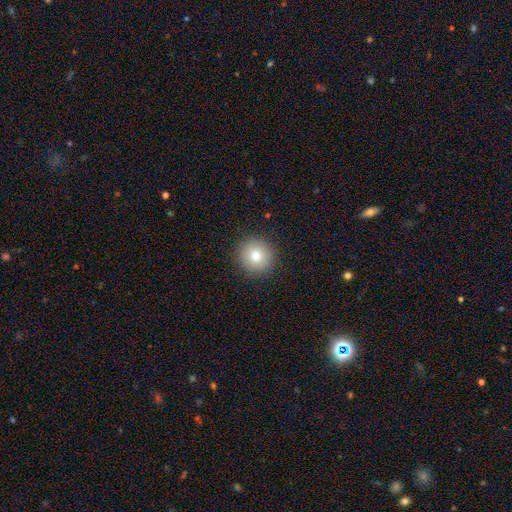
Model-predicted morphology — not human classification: This is likely a smooth galaxy (77%). How rounded: clearly round (94%). Merging: clearly none (91%).